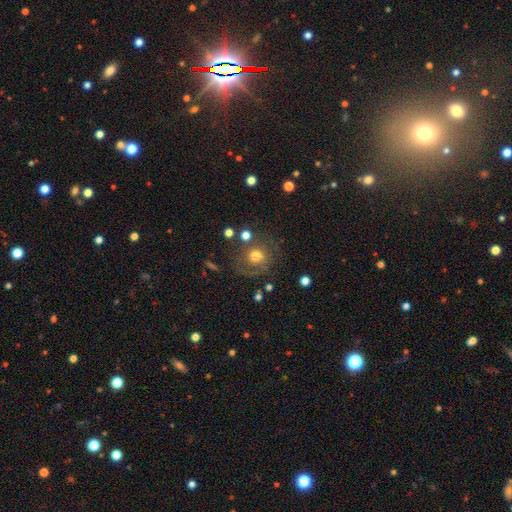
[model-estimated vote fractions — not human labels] smooth 47%, featured or disk 40%, star or artifact 13%. Down the decision tree: merging — none (61%).